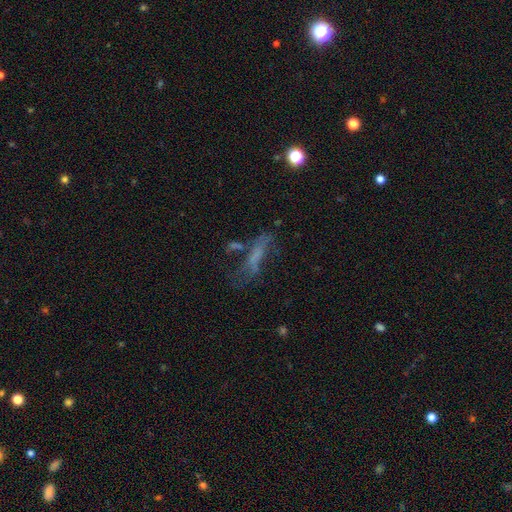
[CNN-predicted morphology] A smooth galaxy with no disk features (42%).

Vote fractions:
- Smooth or featured? smooth: 42% / featured or disk: 38% / star or artifact: 20%
- Merging? none: 40% / major disturbance: 29% / minor disturbance: 21% / merger: 10%